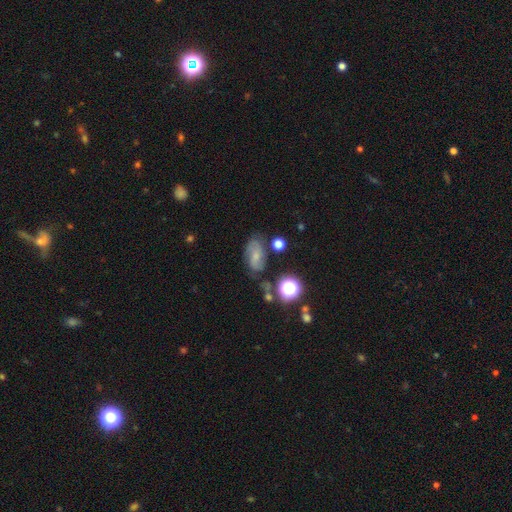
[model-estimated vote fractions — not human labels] smooth-or-featured: featured or disk: 45% | smooth: 39% | star or artifact: 15%
  merging: none: 61% | minor disturbance: 23% | major disturbance: 10% | merger: 6%